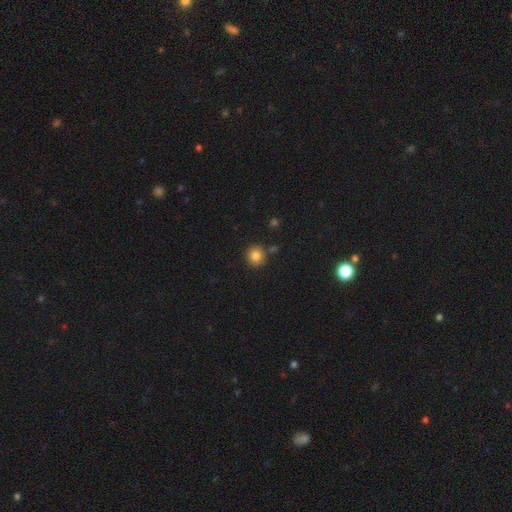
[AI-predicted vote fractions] Smooth or featured? smooth (84%)
How rounded? round (90%)
Merging? none (83%)